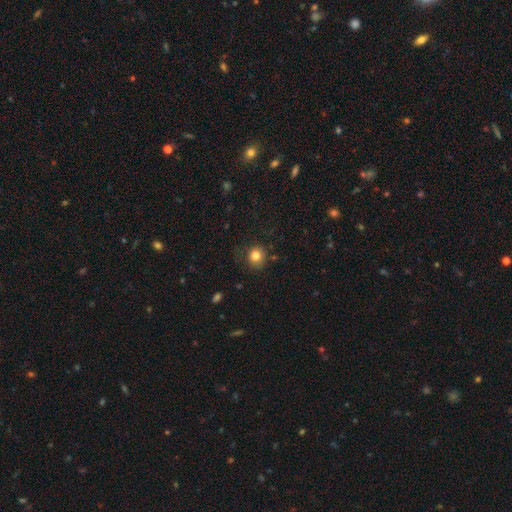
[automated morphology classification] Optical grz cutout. It shows a smooth galaxy with no disk features (82%) that is round (83%). Merging: none (81%).